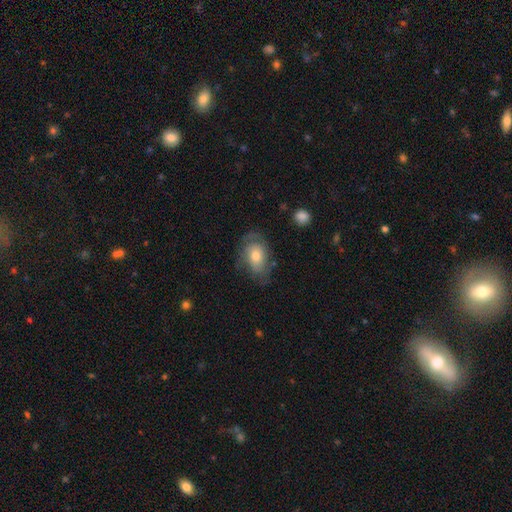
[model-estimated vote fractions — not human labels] Overall: smooth (54%; featured or disk 38%). How rounded: in between (85%). Merging: none (60%; minor disturbance 25%).